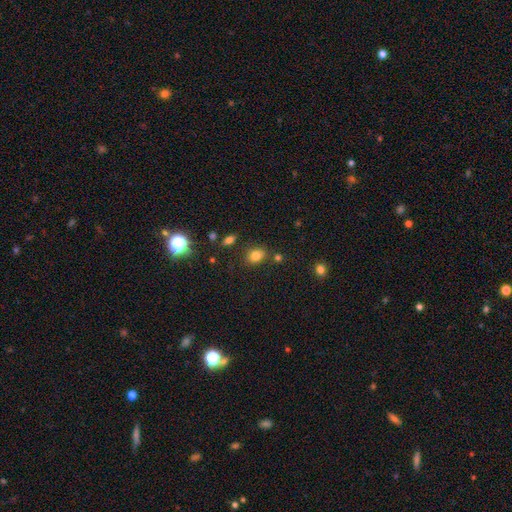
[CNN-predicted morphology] Smooth or featured: smooth — 80% (star or artifact — 13%)
How rounded: in between — 57% (round — 42%)
Merging: none — 76% (minor disturbance — 13%)